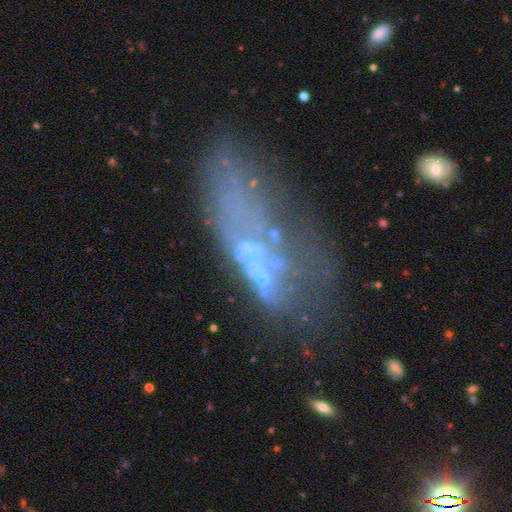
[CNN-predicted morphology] Smooth or featured: featured or disk — 49% (smooth — 29%)
Merging: none — 37% (major disturbance — 28%)